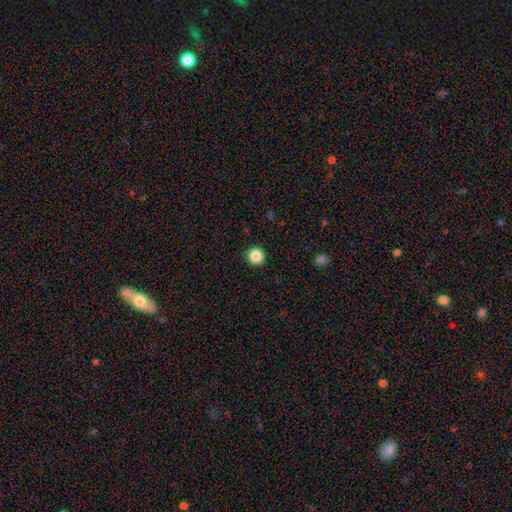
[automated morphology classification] The model was most divided on "smooth or featured": smooth: 86%, star or artifact: 11%, featured or disk: 4%. More confident: how rounded — round (95%); merging — none (92%).